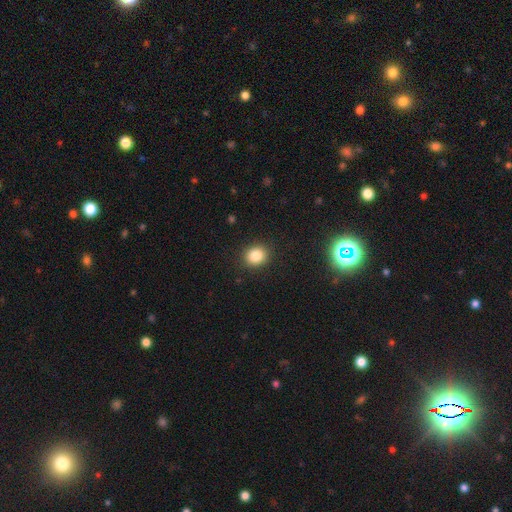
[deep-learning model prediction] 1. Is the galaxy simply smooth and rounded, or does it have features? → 84% smooth, 10% star or artifact, 5% featured or disk.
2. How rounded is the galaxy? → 72% round, 27% in between, 1% cigar-shaped.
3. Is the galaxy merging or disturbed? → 89% none, 7% minor disturbance, 2% major disturbance, 1% merger.